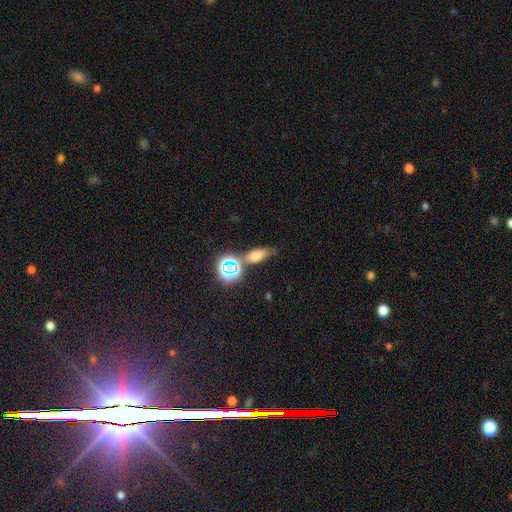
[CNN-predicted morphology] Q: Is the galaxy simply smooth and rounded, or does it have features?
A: smooth — 62%.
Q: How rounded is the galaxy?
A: in between — 68%.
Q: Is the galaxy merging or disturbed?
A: none — 65%.